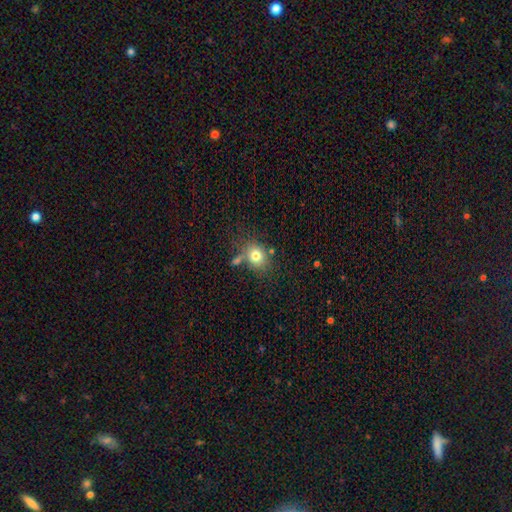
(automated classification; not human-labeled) Overall: smooth (78%). How rounded: round (61%; in between 38%). Merging: none (63%).